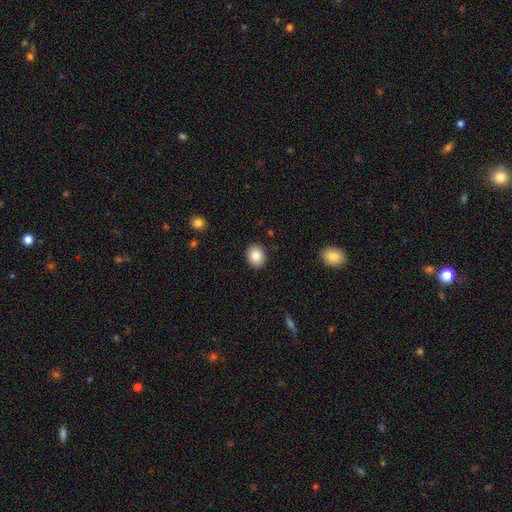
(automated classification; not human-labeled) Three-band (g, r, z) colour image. It shows a smooth galaxy with no disk features (84%) that is round (61%). Merging: none (90%).